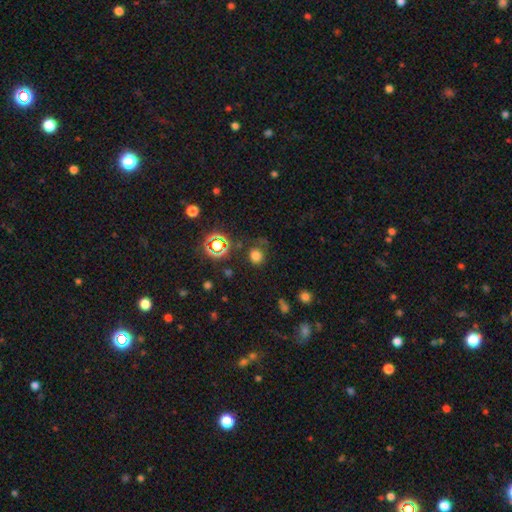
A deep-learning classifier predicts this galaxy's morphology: Overall: smooth (72%). How rounded: round (84%). Merging: none (75%).